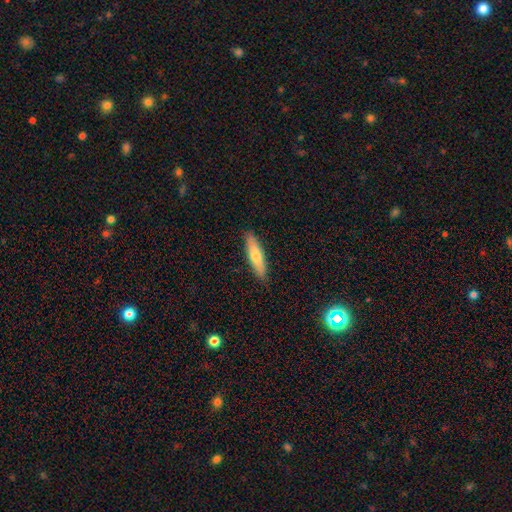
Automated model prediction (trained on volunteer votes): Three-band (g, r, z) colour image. It shows a smooth galaxy with no disk features (66%) that is cigar-shaped (74%). Merging: none (89%).